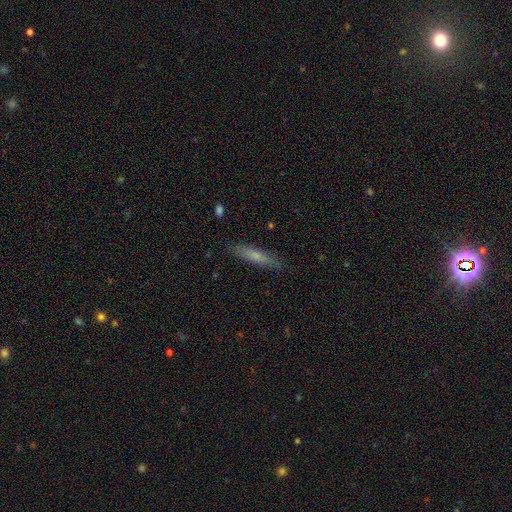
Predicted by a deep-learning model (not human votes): Smooth or featured? smooth (65%)
How rounded? cigar-shaped (87%)
Merging? none (86%)